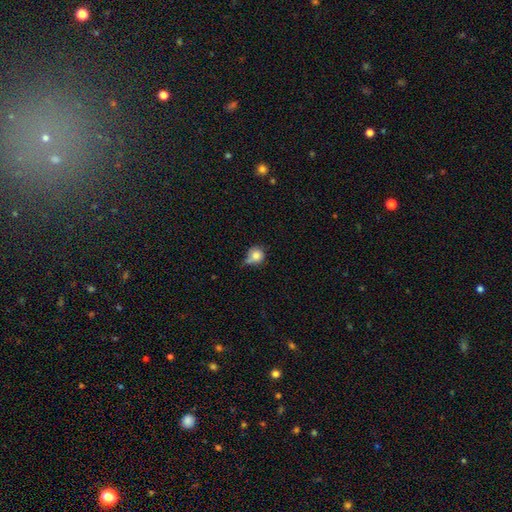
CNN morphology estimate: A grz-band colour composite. It shows a smooth galaxy with no disk features (79%) that is round (84%). Merging: none (41%).